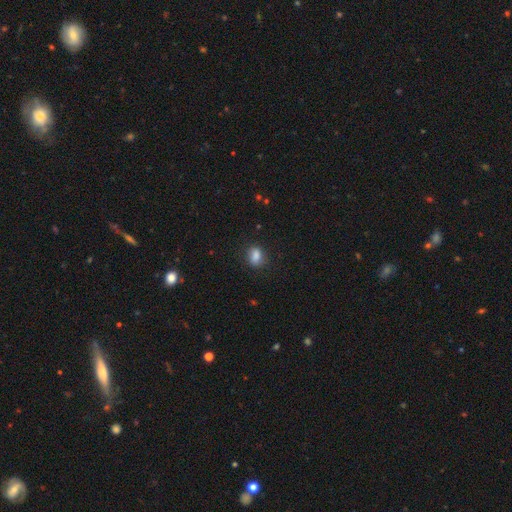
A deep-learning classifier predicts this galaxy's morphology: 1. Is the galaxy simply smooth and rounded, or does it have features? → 85% smooth, 10% star or artifact, 5% featured or disk.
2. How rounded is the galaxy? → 74% in between, 24% round, 2% cigar-shaped.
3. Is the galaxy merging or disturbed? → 80% none, 15% minor disturbance, 4% major disturbance, 1% merger.